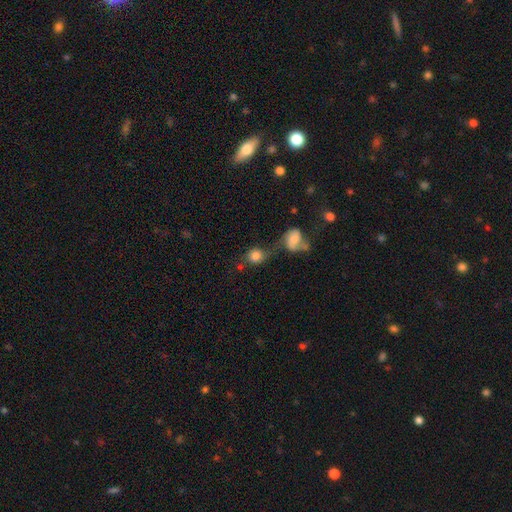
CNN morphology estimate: smooth 79%, featured or disk 10%, star or artifact 10%. Down the decision tree: how rounded — round (76%); merging — merger (43%).